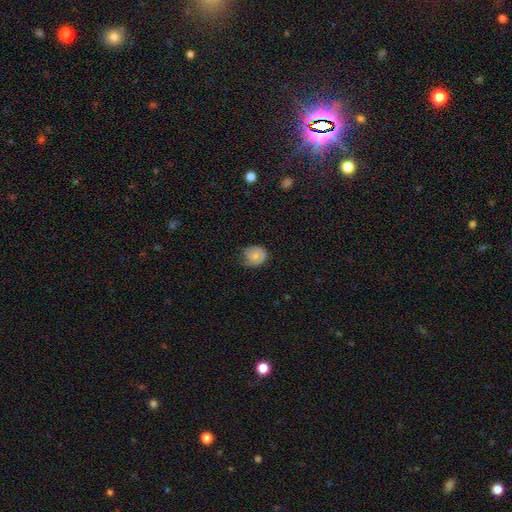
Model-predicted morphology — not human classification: smooth 70%, featured or disk 23%, star or artifact 8%. Down the decision tree: how rounded — round (75%); merging — none (52%).